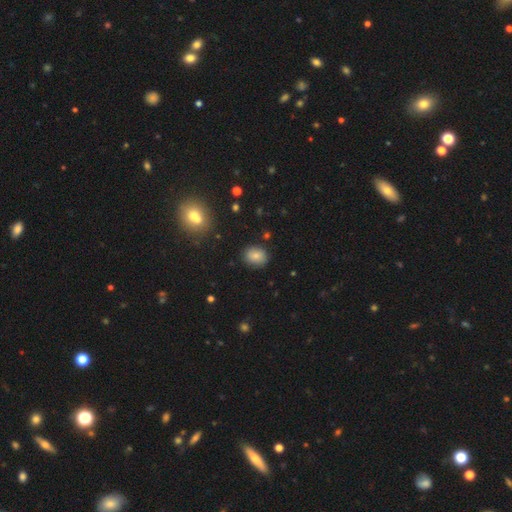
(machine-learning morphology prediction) Smooth or featured? Predicted: smooth (p=0.81). How rounded? Predicted: round (p=0.50). Merging? Predicted: none (p=0.86).